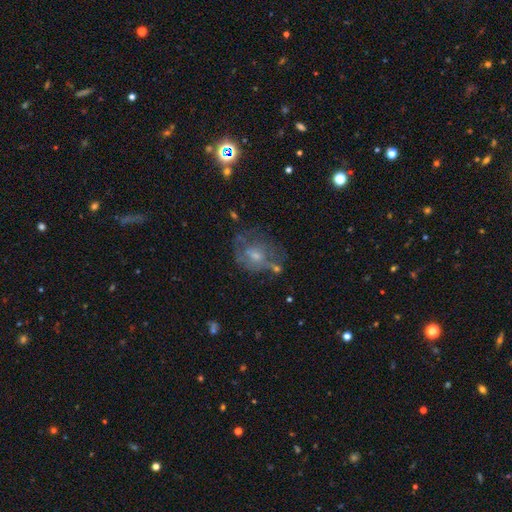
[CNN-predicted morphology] This is possibly a featured or disk galaxy (53%). It is clearly not viewed edge-on (97%). Bar: likely no (71%). Spiral arm pattern: possibly no (58%). Central bulge: possibly small (50%). Merging: marginally none (44%).